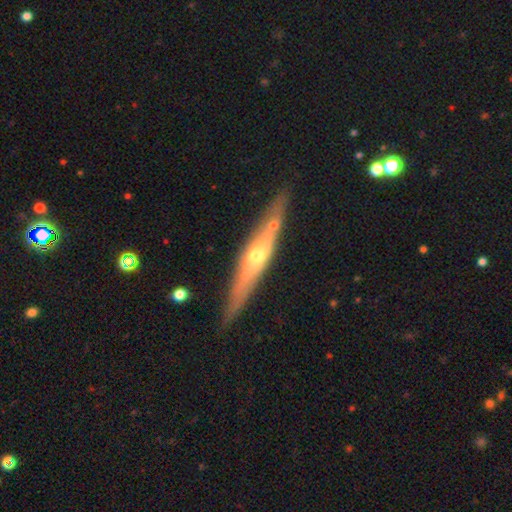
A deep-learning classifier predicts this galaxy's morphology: This appears to be a featured or disk galaxy (70%) viewed edge-on (88%) with a rounded central bulge (81%). Merging: none (82%).